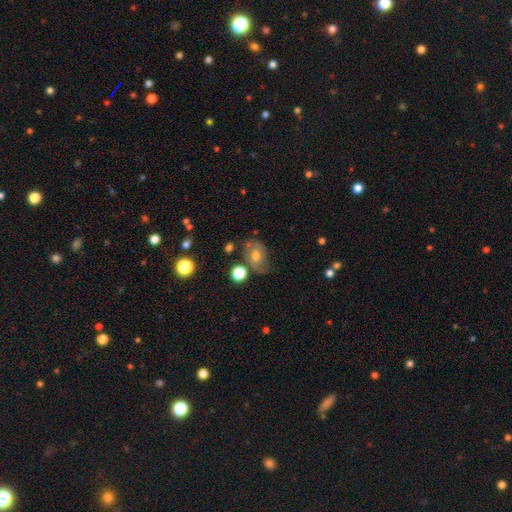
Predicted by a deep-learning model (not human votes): Smooth or featured? smooth (46%)
Merging? none (56%)